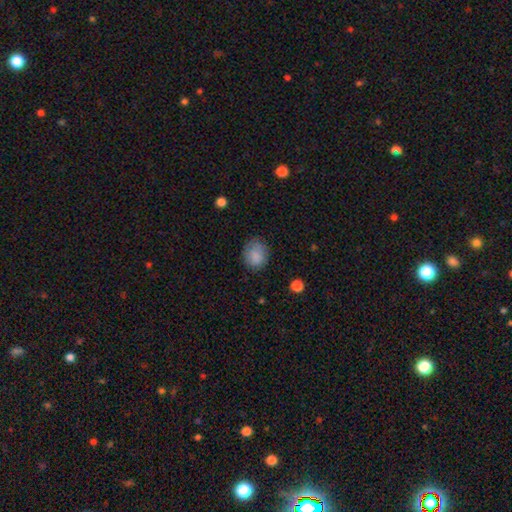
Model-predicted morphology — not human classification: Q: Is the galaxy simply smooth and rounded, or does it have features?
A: smooth — 86%.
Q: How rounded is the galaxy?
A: round — 60%.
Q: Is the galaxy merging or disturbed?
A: none — 76%.